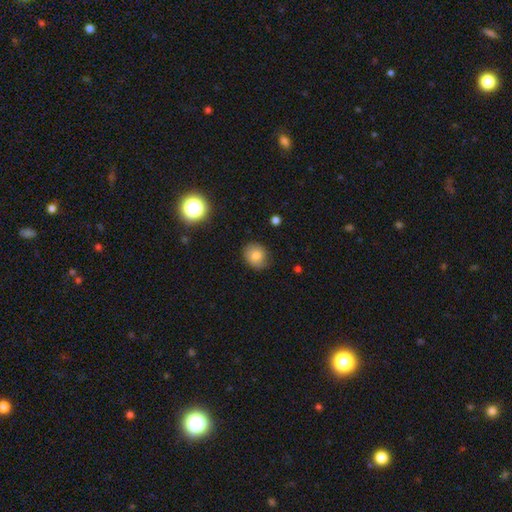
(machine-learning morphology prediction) smooth_or_featured: smooth (p=0.77) [alt: star or artifact p=0.12]
how_rounded: round (p=0.78) [alt: in between p=0.21]
merging: none (p=0.81) [alt: minor disturbance p=0.15]